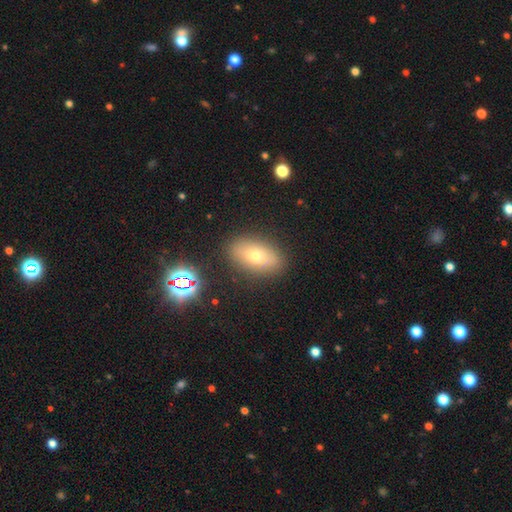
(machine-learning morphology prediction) type=smooth (65%); roundness=in between (87%); merging=none (86%).